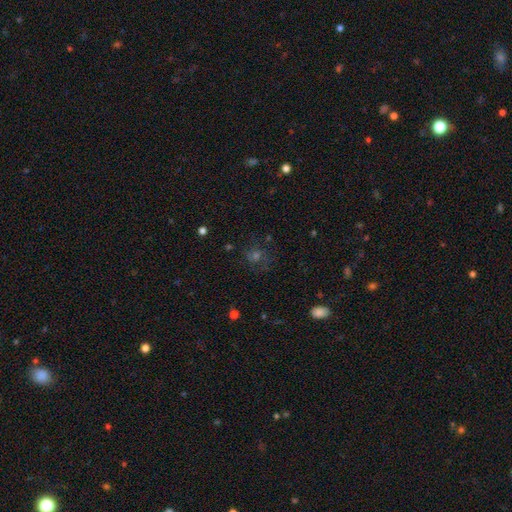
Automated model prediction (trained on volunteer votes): Smooth or featured? Predicted: star or artifact (p=0.37, tied with smooth).